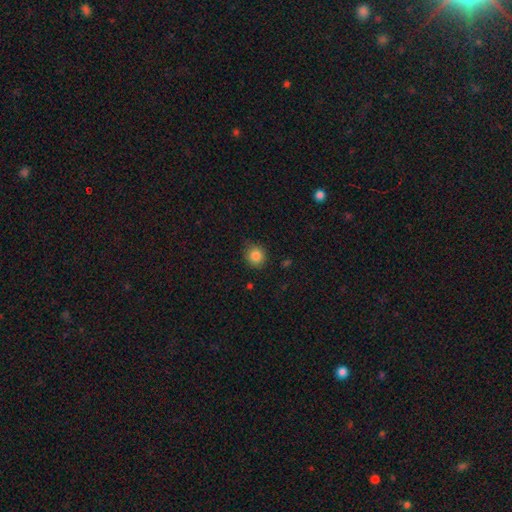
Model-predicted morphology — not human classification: The model was most divided on "merging": none: 84%, minor disturbance: 12%, major disturbance: 3%, merger: 1%. More confident: how rounded — round (88%); smooth or featured — smooth (85%).